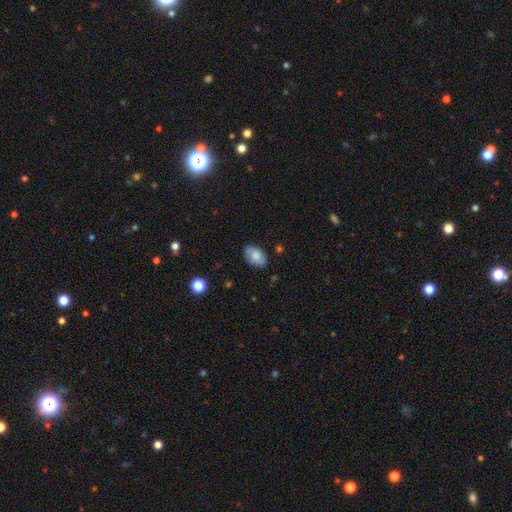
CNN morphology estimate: A smooth galaxy with no disk features (80%) that is in between round and cigar-shaped (89%). Merging: none (80%).